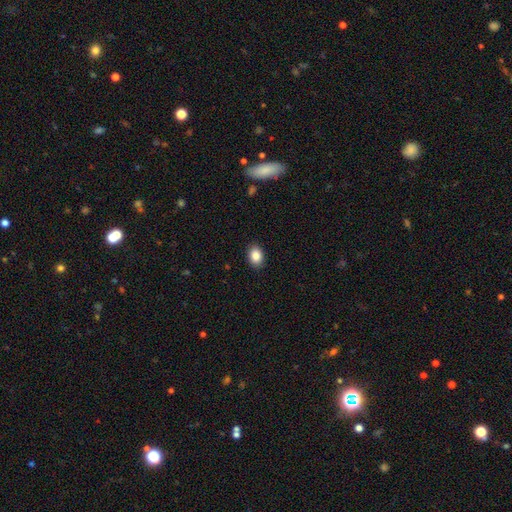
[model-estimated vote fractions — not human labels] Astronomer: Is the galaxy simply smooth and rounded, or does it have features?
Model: smooth — 87%.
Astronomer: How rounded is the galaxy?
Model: in between — 74%.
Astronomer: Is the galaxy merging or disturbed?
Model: none — 89%.